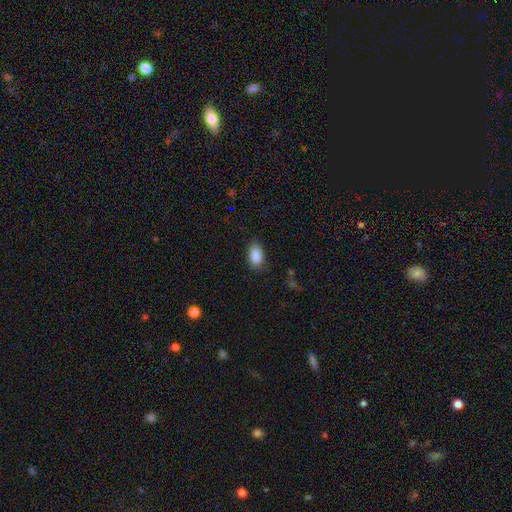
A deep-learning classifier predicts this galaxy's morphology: Smooth or featured? Predicted: smooth (p=0.89). How rounded? Predicted: in between (p=0.91). Merging? Predicted: none (p=0.82).